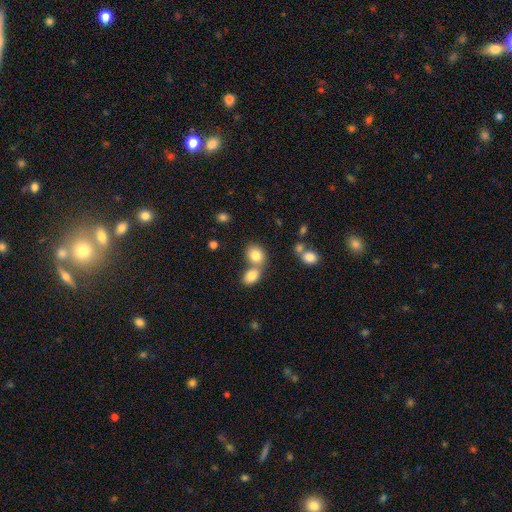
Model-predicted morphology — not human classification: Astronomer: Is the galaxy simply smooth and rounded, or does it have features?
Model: smooth — 80%.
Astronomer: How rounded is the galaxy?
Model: round — 53% (runner-up: in between, 46%).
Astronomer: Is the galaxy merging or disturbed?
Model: merger — 47% (runner-up: none, 41%).